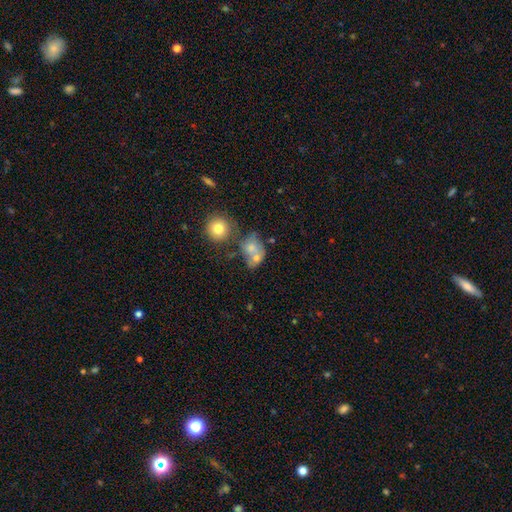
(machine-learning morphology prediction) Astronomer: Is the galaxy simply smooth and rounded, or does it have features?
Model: smooth — 64%.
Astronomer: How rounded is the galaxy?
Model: in between — 53% (runner-up: round, 46%).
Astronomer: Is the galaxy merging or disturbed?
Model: merger — 49% (runner-up: none, 28%).